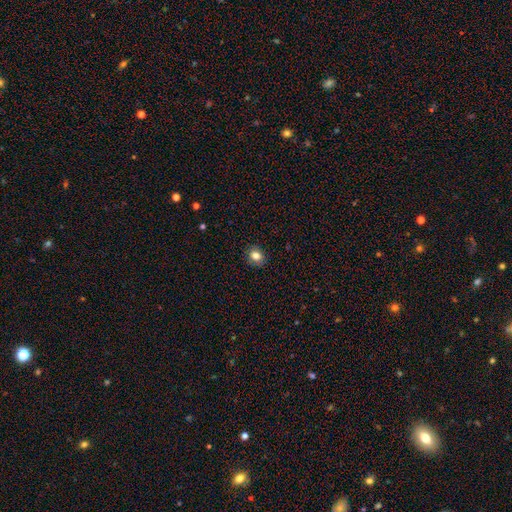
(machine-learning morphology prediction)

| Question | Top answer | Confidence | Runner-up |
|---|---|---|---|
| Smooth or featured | smooth | 81% | star or artifact (11%) |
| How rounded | round | 63% | in between (36%) |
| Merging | none | 88% | minor disturbance (8%) |